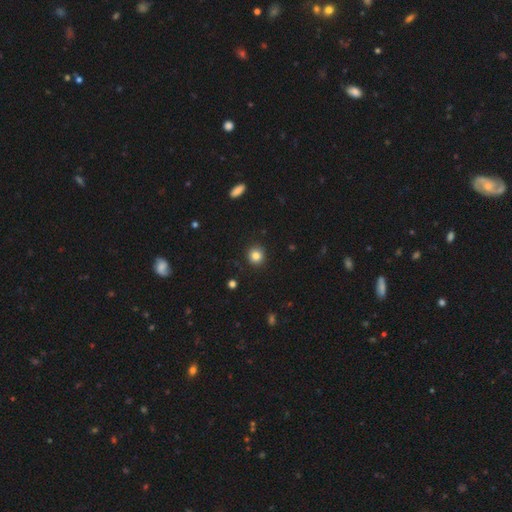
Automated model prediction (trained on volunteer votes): This is clearly a smooth galaxy (84%). How rounded: clearly round (90%). Merging: clearly none (91%).